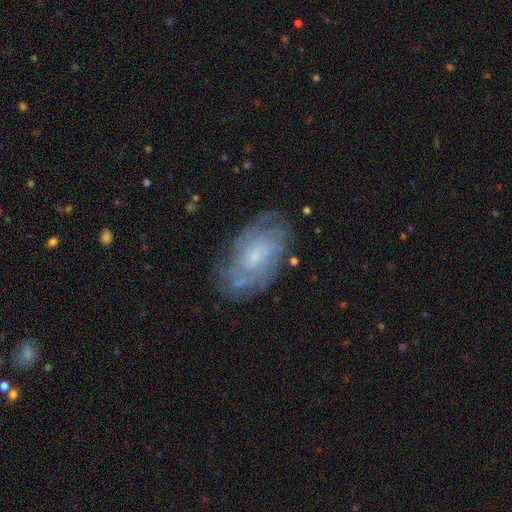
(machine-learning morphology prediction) Q: Smooth or featured?
A: featured or disk (81%); runner-up: smooth (12%)
Q: Edge-on disk?
A: no (96%); runner-up: yes (4%)
Q: Bar?
A: no (59%); runner-up: weak (34%)
Q: Spiral arms?
A: yes (94%); runner-up: no (6%)
Q: Spiral winding?
A: tight (65%); runner-up: medium (28%)
Q: Spiral arm count?
A: can't tell (41%); runner-up: 4 (19%)
Q: Bulge size?
A: small (69%); runner-up: moderate (20%)
Q: Merging?
A: none (76%); runner-up: minor disturbance (16%)